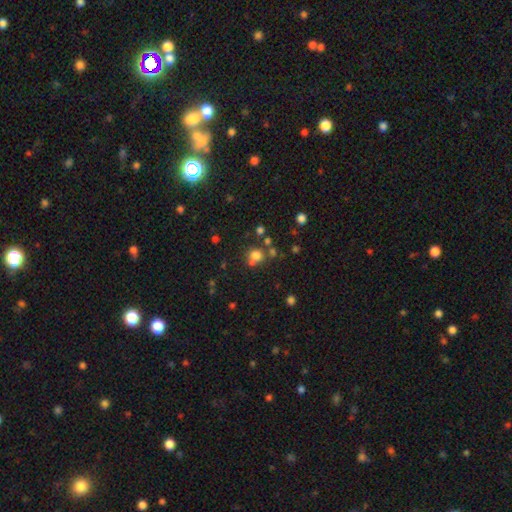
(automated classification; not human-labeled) Overall: smooth (73%). How rounded: round (86%). Merging: none (61%; merger 24%).